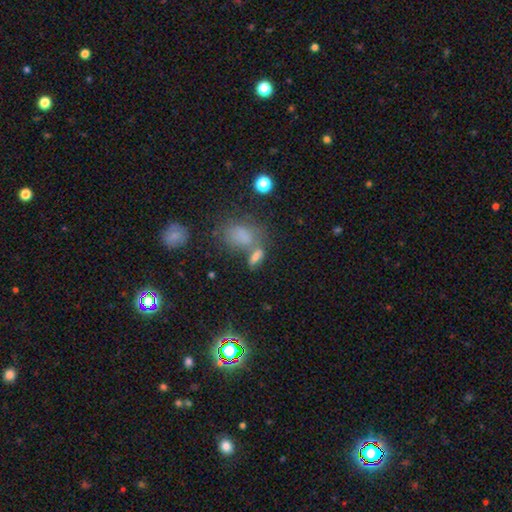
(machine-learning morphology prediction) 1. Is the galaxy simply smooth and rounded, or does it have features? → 65% smooth, 23% star or artifact, 12% featured or disk.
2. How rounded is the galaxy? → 76% in between, 16% round, 8% cigar-shaped.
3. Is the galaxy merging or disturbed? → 45% none, 34% merger, 13% minor disturbance, 7% major disturbance.